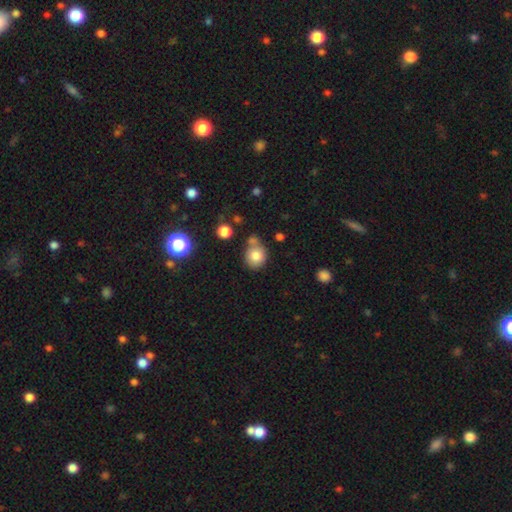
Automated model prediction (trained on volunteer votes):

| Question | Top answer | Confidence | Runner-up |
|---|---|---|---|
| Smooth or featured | smooth | 78% | star or artifact (12%) |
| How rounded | round | 75% | in between (24%) |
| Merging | none | 59% | merger (21%) |